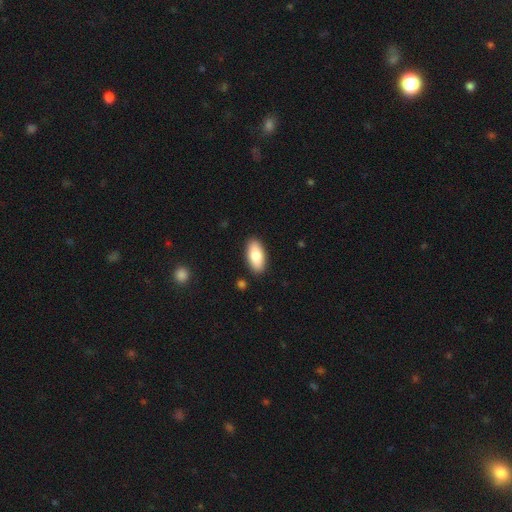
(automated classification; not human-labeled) This appears to be a smooth galaxy with no disk features (83%) that is in between round and cigar-shaped (90%). Merging: none (89%).